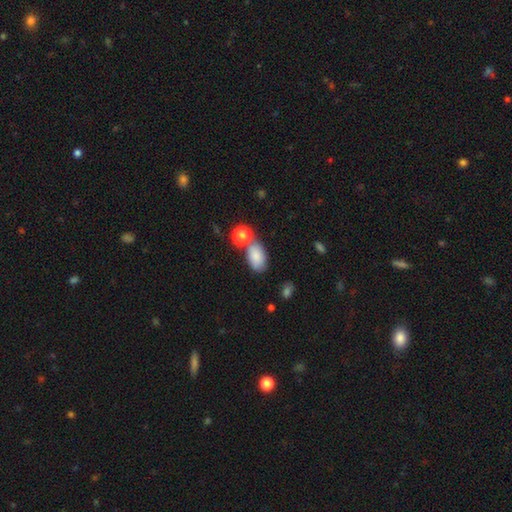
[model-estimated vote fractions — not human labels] Q: Smooth or featured?
A: smooth (82%); runner-up: featured or disk (9%)
Q: How rounded?
A: in between (90%); runner-up: round (8%)
Q: Merging?
A: none (54%); runner-up: merger (22%)